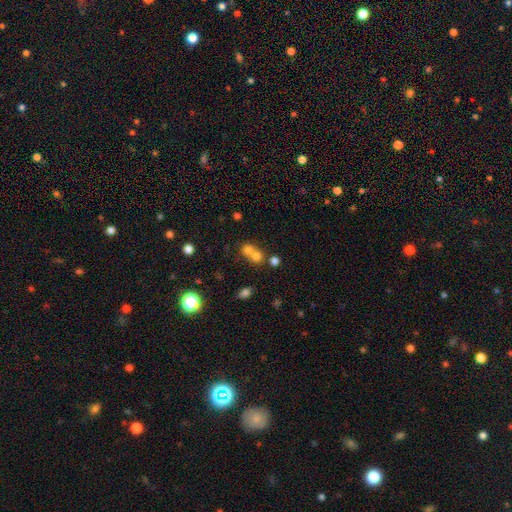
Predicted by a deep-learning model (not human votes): Smooth or featured: smooth — 70% (star or artifact — 16%)
How rounded: round — 78% (in between — 21%)
Merging: merger — 57% (none — 35%)